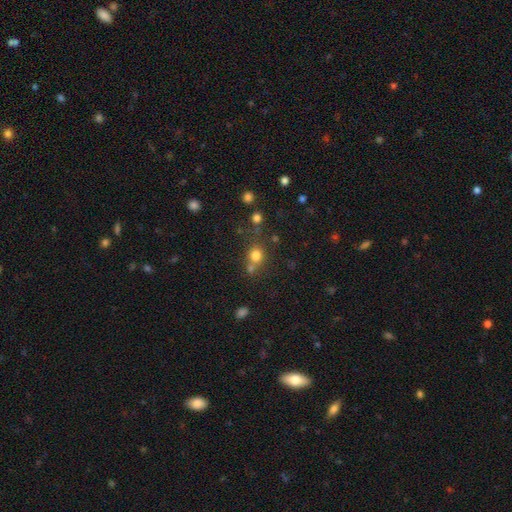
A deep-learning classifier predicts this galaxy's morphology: The model was most divided on "merging": none: 55%, merger: 29%, minor disturbance: 11%, major disturbance: 5%. More confident: how rounded — round (78%); smooth or featured — smooth (77%).